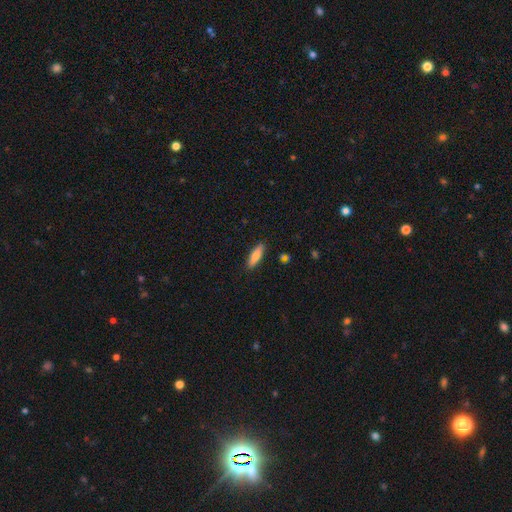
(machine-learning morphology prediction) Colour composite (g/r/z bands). It shows a smooth galaxy with no disk features (77%) that is cigar-shaped (56%). Merging: none (87%).